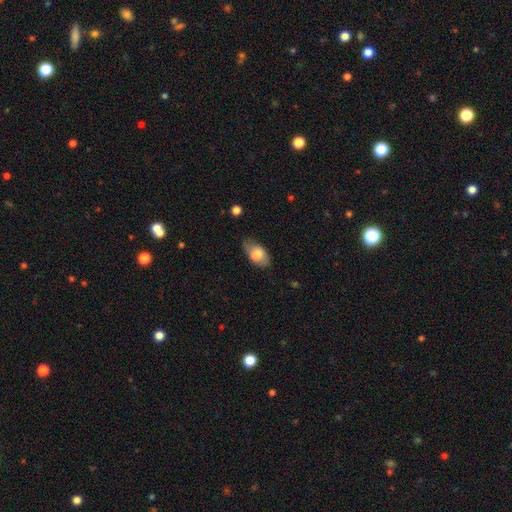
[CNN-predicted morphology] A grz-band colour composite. It shows a smooth galaxy with no disk features (69%) that is in between round and cigar-shaped (92%). Merging: none (70%).